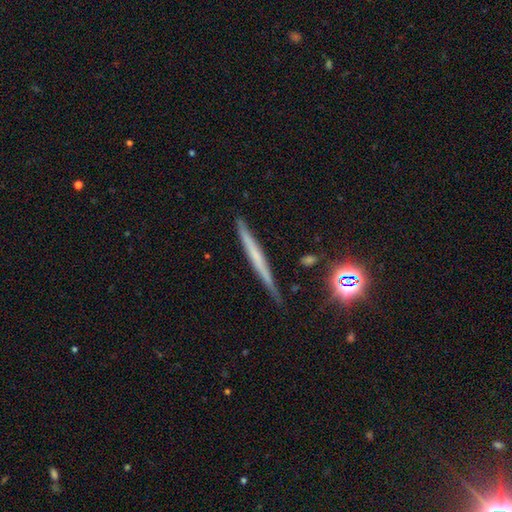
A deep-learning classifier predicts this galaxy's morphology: Overall: featured or disk (48%; smooth 40%). Merging: none (84%).